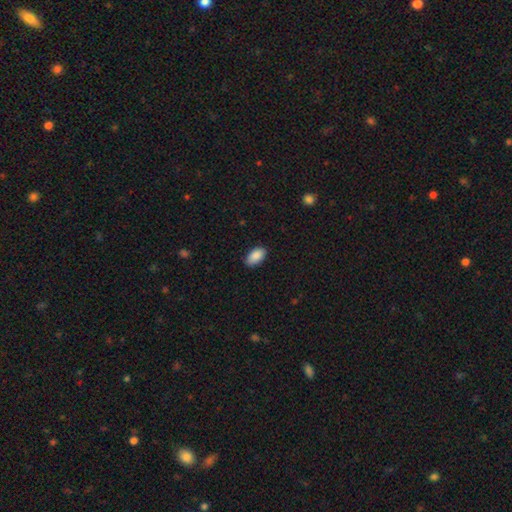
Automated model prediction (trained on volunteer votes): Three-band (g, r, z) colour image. It shows a smooth galaxy with no disk features (89%) that is in between round and cigar-shaped (94%). Merging: none (87%).